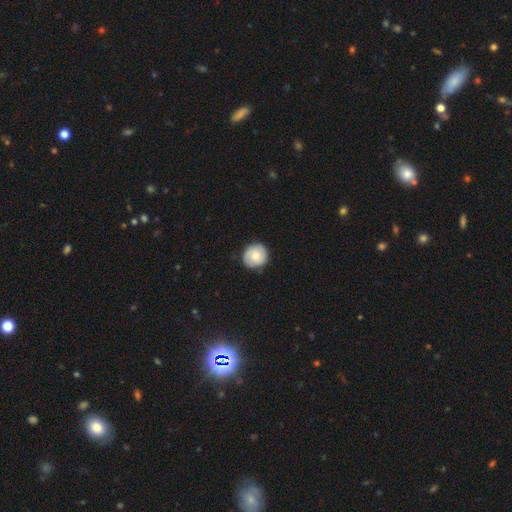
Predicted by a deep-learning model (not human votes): A smooth galaxy with no disk features (64%) that is round (89%). Merging: none (86%).